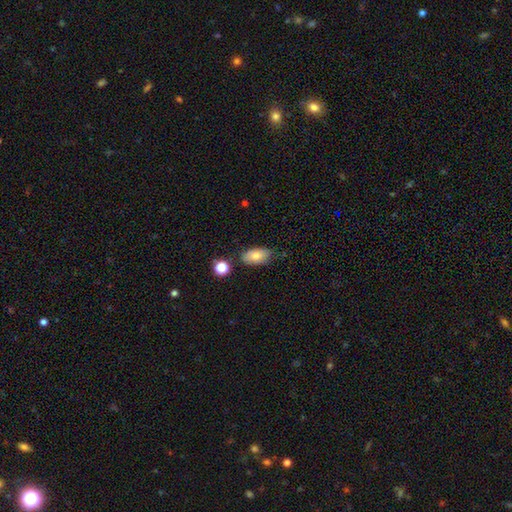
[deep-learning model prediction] Smooth or featured?
  - smooth: 79% *
  - featured or disk: 12%
  - star or artifact: 8%
How rounded?
  - in between: 91% *
  - round: 6%
  - cigar-shaped: 3%
Merging?
  - none: 73% *
  - minor disturbance: 19%
  - merger: 4%
  - major disturbance: 4%